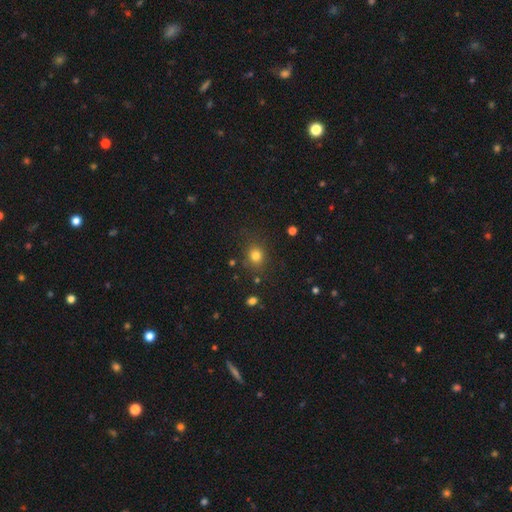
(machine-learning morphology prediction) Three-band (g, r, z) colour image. It shows a smooth galaxy with no disk features (79%) that is round (74%). Merging: none (81%).